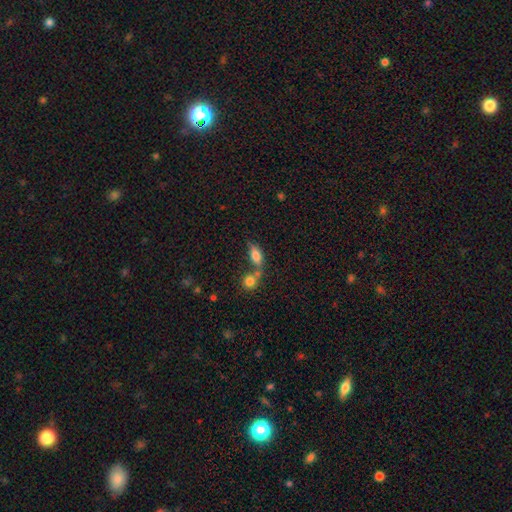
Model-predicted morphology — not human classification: This is likely a smooth galaxy (74%). How rounded: likely in between (78%). Merging: marginally none (42%).